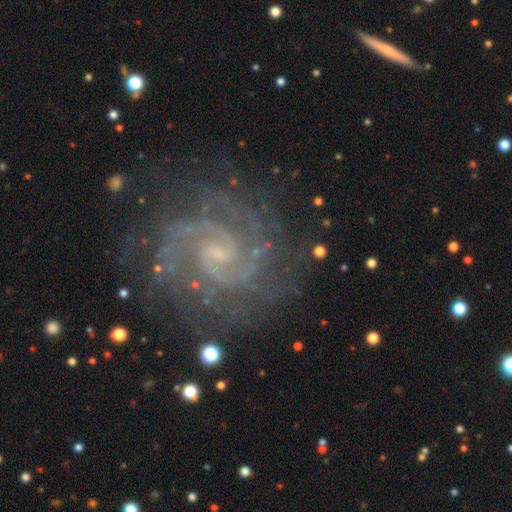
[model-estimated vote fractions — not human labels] smooth-or-featured: featured or disk: 90% | star or artifact: 7% | smooth: 3%
  disk-edge-on: no: 98% | yes: 2%
    bar: weak: 46% | no: 41% | strong: 13%
    has-spiral-arms: yes: 99% | no: 1%
      spiral-winding: tight: 60% | medium: 35% | loose: 5%
      spiral-arm-count: 2: 72% | 3: 9% | can't tell: 7% | 4: 5% | more than 4: 4% | 1: 4%
    bulge-size: small: 68% | none: 16% | moderate: 13% | large: 1% | dominant: 1%
  merging: none: 81% | minor disturbance: 12% | major disturbance: 5% | merger: 2%